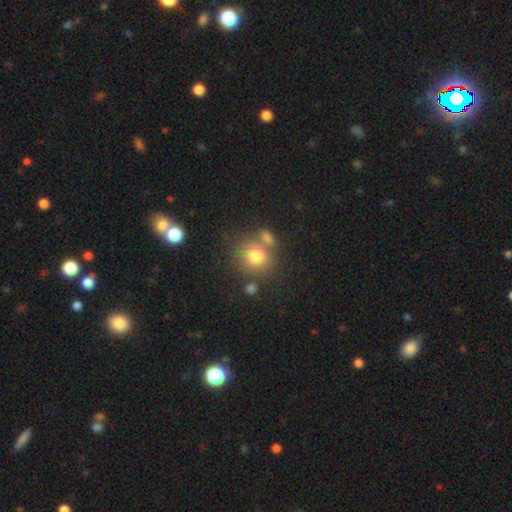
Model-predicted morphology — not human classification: This appears to be a smooth galaxy with no disk features (77%) that is round (84%). Merging: none (62%).